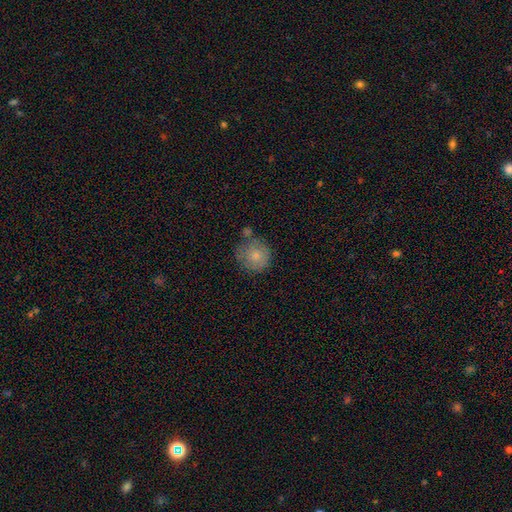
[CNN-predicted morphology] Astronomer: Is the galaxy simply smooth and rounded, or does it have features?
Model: smooth — 78%.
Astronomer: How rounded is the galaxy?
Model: round — 91%.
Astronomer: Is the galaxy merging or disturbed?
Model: none — 64%.